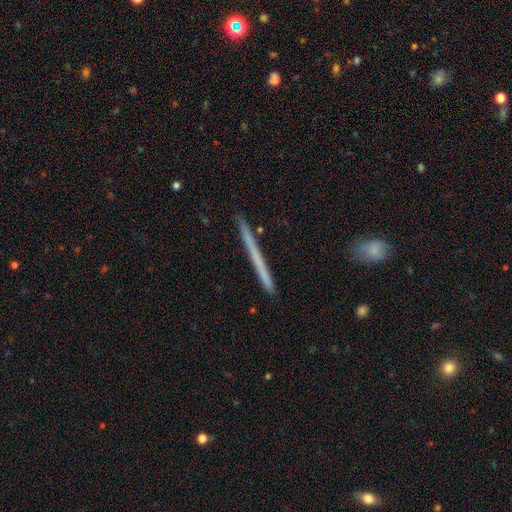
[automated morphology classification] Smooth or featured? smooth (50%)
How rounded? cigar-shaped (97%)
Merging? none (91%)